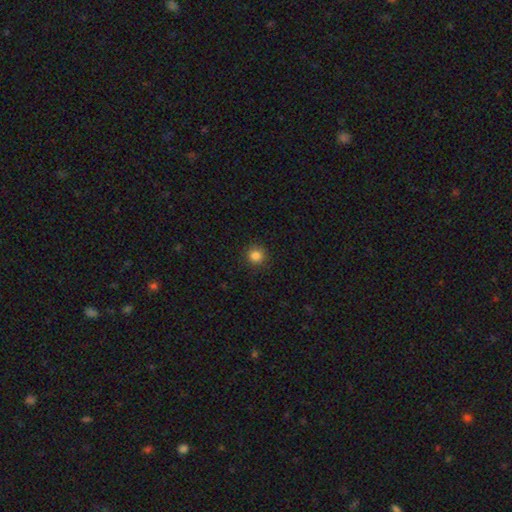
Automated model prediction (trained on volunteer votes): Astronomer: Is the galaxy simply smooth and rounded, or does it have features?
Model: smooth — 85%.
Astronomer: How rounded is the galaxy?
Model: round — 94%.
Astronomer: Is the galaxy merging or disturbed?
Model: none — 92%.